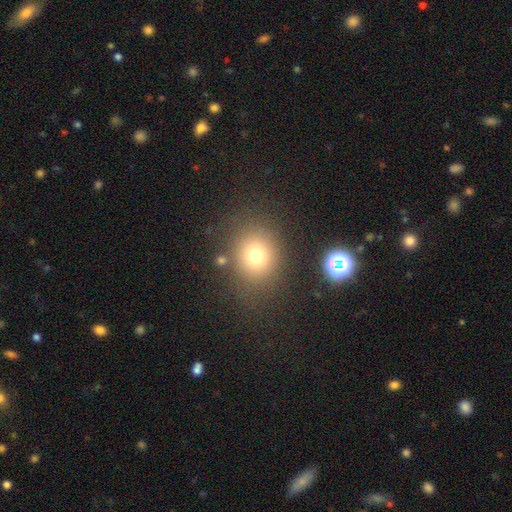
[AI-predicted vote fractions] This is likely a smooth galaxy (75%). How rounded: likely round (73%). Merging: clearly none (80%).